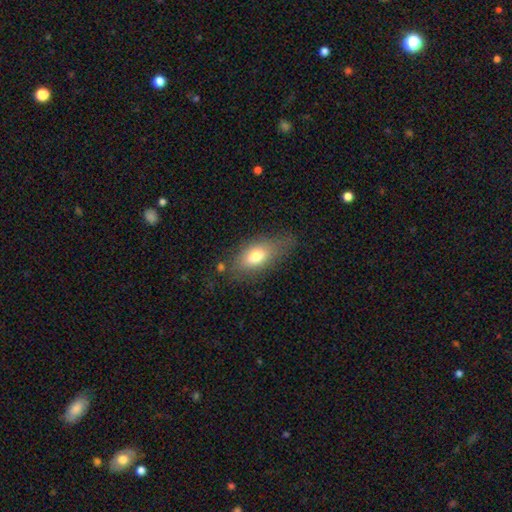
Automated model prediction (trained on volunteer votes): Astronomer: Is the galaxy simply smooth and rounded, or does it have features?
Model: smooth — 73%.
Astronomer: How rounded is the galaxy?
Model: in between — 84%.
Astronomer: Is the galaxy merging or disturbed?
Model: none — 64%.